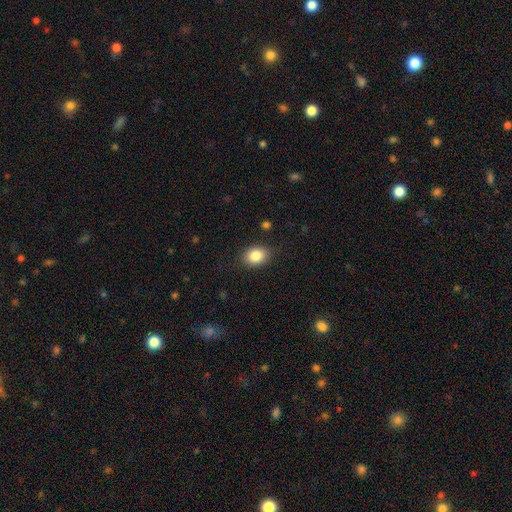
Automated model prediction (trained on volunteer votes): This is clearly a smooth galaxy (84%). How rounded: likely in between (65%). Merging: clearly none (84%).